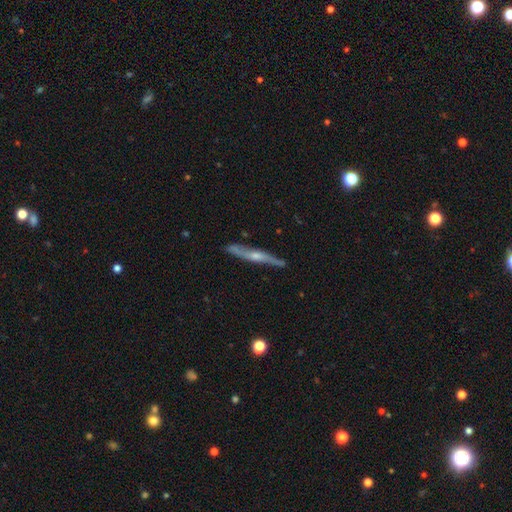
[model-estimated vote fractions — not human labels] Smooth or featured: featured or disk — 76% (smooth — 18%)
Edge-on disk: yes — 92% (no — 8%)
Edge-on bulge: rounded — 81% (none — 13%)
Merging: none — 85% (minor disturbance — 11%)